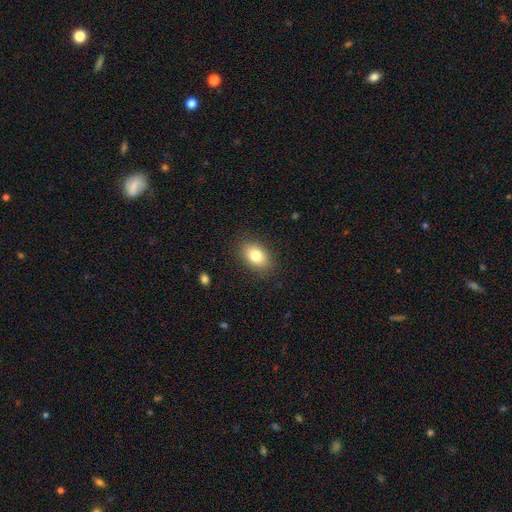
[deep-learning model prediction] This is clearly a smooth galaxy (81%). How rounded: clearly in between (85%). Merging: clearly none (86%).